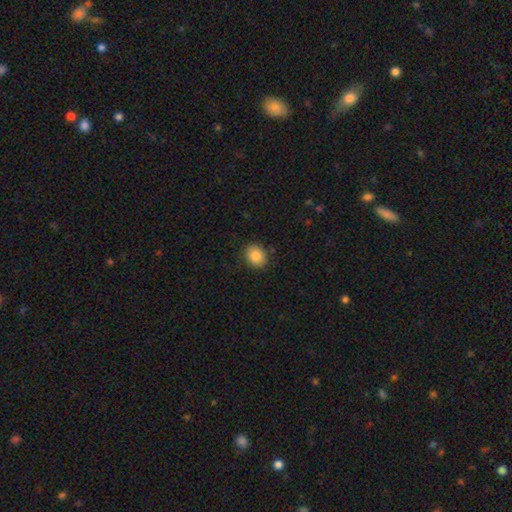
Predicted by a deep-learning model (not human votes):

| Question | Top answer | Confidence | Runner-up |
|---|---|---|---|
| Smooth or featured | smooth | 85% | star or artifact (9%) |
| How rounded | round | 53% | in between (46%) |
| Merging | none | 87% | minor disturbance (10%) |